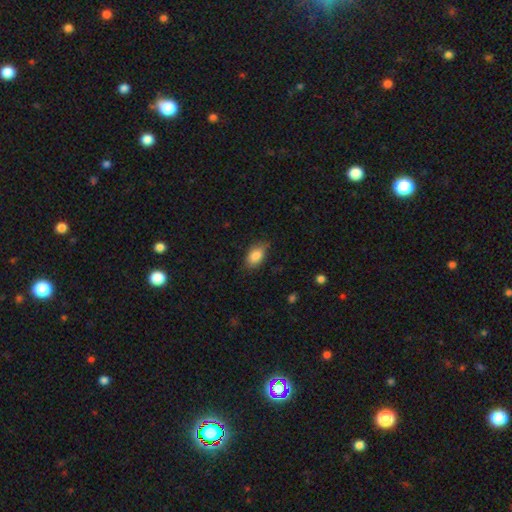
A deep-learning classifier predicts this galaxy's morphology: Overall: smooth (86%). How rounded: in between (91%). Merging: none (75%).